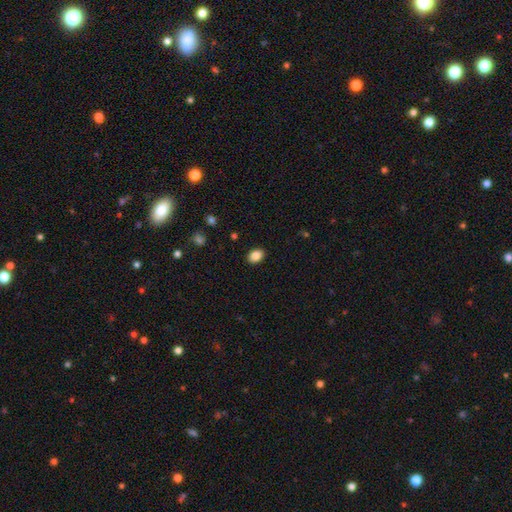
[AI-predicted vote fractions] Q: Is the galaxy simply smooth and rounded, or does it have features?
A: smooth — 87%.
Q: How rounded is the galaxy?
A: in between — 75%.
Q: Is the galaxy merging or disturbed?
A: none — 89%.